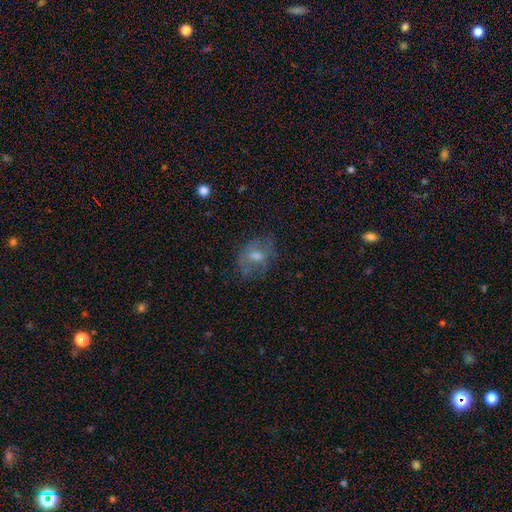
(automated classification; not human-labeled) A smooth galaxy with no disk features (47%). Merging: none (65%).